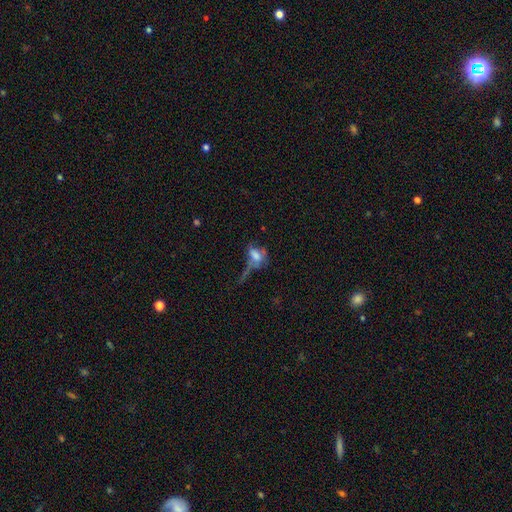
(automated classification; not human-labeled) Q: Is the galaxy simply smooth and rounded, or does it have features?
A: smooth — 52%.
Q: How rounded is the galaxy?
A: in between — 71%.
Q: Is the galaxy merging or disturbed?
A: major disturbance — 37%.